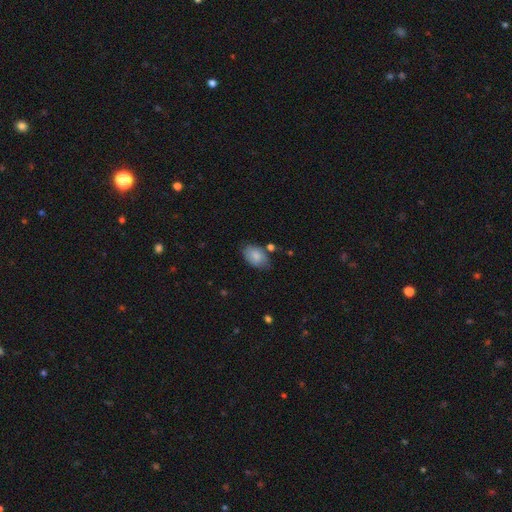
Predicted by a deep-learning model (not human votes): The model was most divided on "merging": none: 67%, minor disturbance: 23%, major disturbance: 5%, merger: 5%. More confident: how rounded — in between (90%); smooth or featured — smooth (80%).